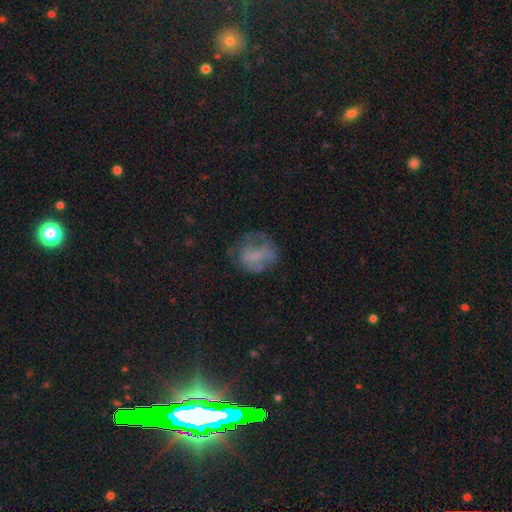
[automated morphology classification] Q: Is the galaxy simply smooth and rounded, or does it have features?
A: smooth — 46%.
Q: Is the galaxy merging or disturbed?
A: none — 49%.